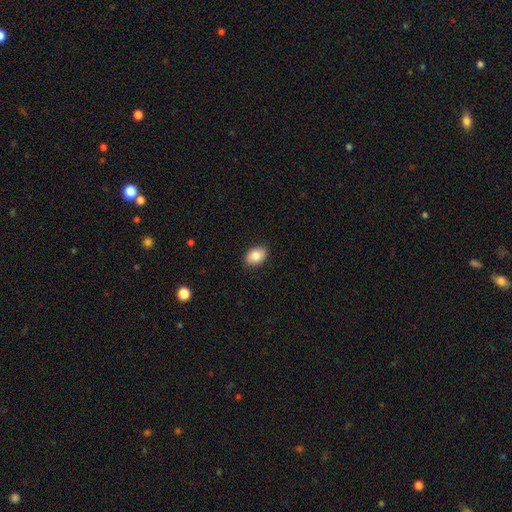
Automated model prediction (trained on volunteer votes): Smooth or featured: smooth — 84% (featured or disk — 8%)
How rounded: in between — 80% (round — 19%)
Merging: none — 89% (minor disturbance — 9%)